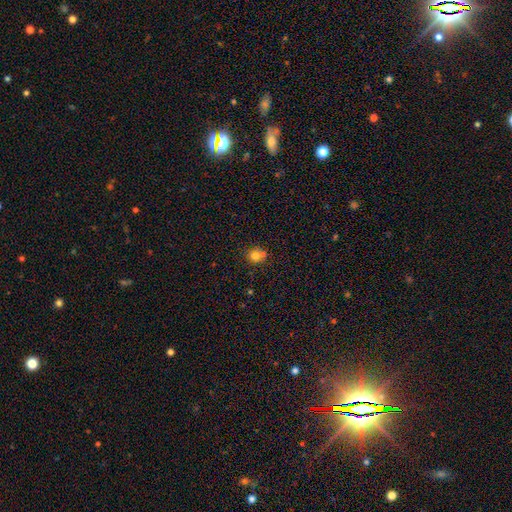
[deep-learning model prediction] This appears to be a smooth galaxy with no disk features (75%) that is round (87%). Merging: none (55%).